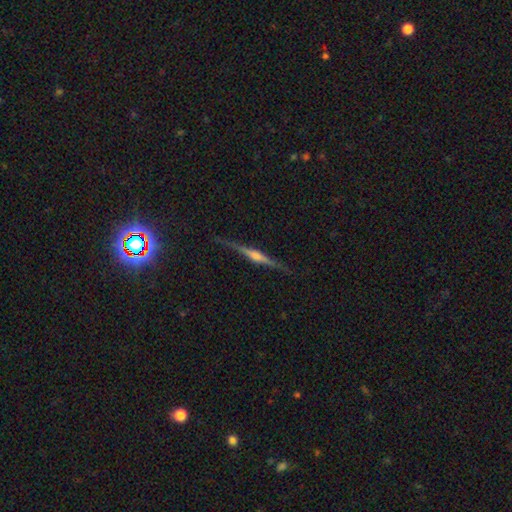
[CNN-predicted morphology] type=featured or disk (80%); edge-on=yes (98%); edge-on bulge=rounded (79%); merging=none (88%).